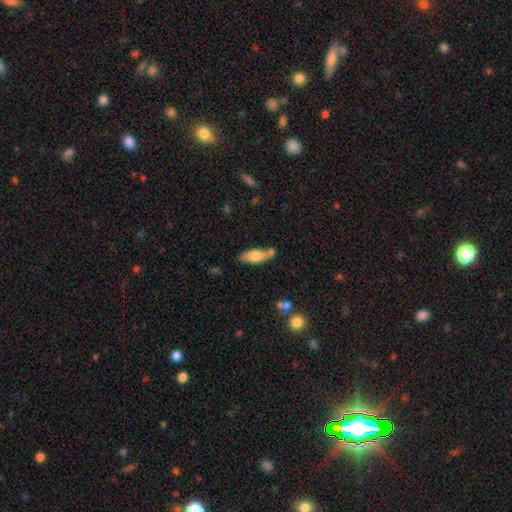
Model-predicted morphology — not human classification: Smooth or featured: smooth — 69% (featured or disk — 24%)
How rounded: in between — 71% (cigar-shaped — 27%)
Merging: none — 62% (minor disturbance — 20%)